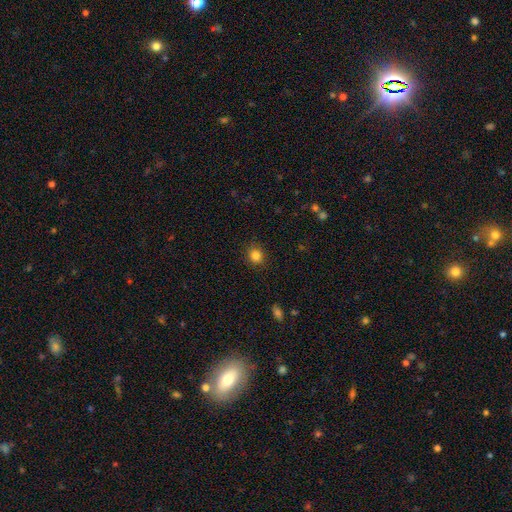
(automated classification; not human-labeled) Morphology: type=smooth (84%); roundness=round (80%); merging=none (89%).